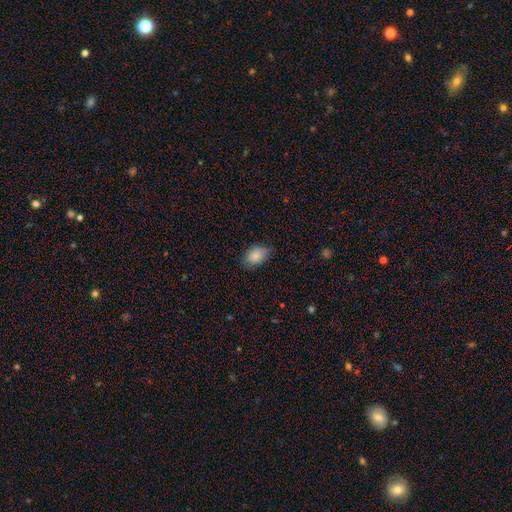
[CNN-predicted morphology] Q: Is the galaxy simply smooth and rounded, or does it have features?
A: smooth — 85%.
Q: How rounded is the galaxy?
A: in between — 81%.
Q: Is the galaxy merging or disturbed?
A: none — 68%.